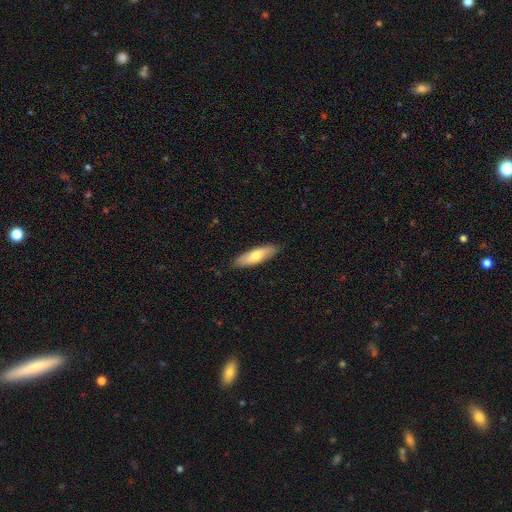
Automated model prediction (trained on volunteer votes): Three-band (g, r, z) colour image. It shows a smooth galaxy with no disk features (68%) that is cigar-shaped (55%). Merging: none (88%).